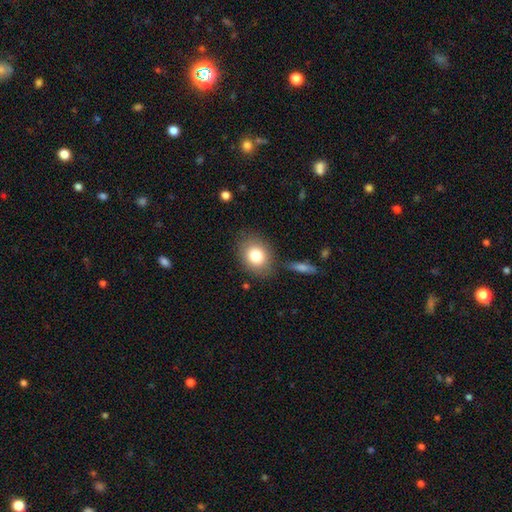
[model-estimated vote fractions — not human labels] This appears to be a smooth galaxy with no disk features (80%) that is in between round and cigar-shaped (52%). Merging: none (78%).